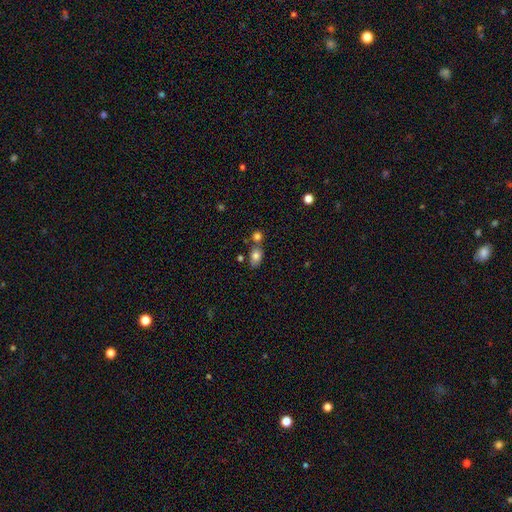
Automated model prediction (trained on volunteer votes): A smooth galaxy with no disk features (79%) that is in between round and cigar-shaped (78%). Merging: none (53%).